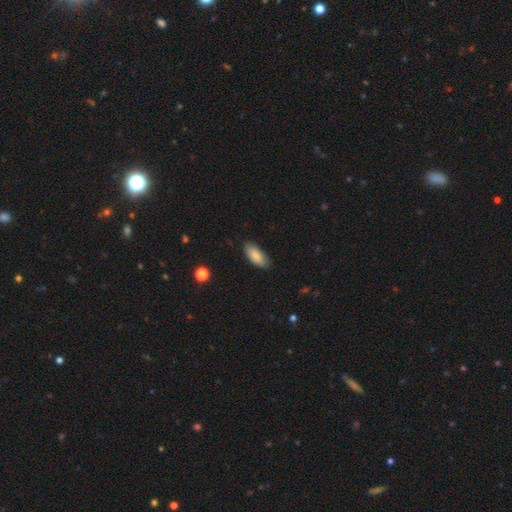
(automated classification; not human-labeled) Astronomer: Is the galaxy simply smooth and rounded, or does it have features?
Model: smooth — 85%.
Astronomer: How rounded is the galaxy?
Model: in between — 84%.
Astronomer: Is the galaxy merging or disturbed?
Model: none — 83%.